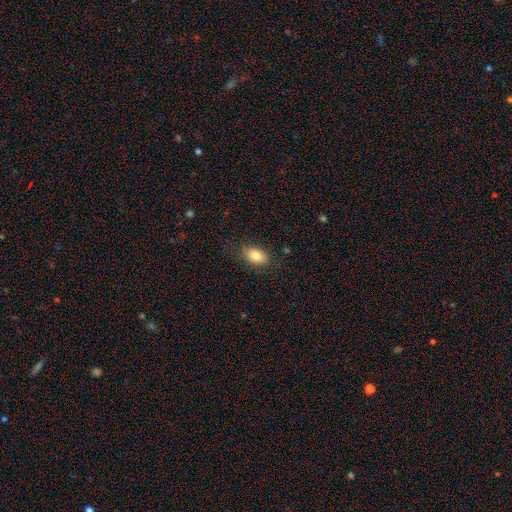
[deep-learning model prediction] Smooth or featured: smooth — 81% (featured or disk — 11%)
How rounded: in between — 88% (round — 10%)
Merging: none — 82% (minor disturbance — 13%)